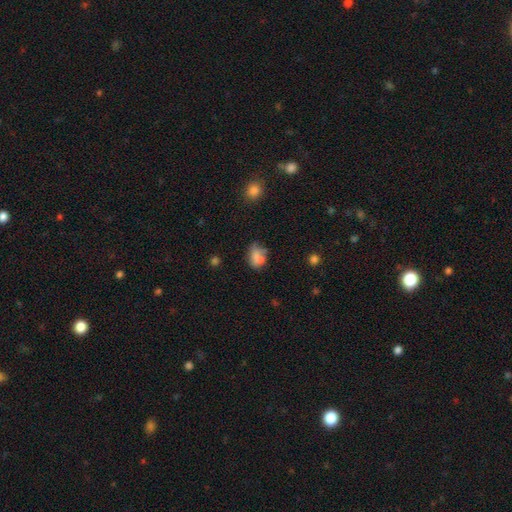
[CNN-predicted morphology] Smooth or featured?
  - smooth: 70% *
  - featured or disk: 18%
  - star or artifact: 13%
How rounded?
  - in between: 73% *
  - round: 25%
  - cigar-shaped: 2%
Merging?
  - none: 36% *
  - minor disturbance: 25%
  - merger: 24%
  - major disturbance: 15%